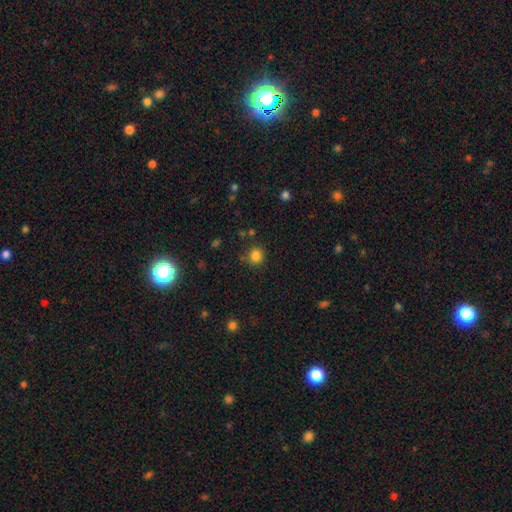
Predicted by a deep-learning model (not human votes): This is clearly a smooth galaxy (82%). How rounded: clearly round (88%). Merging: clearly none (81%).